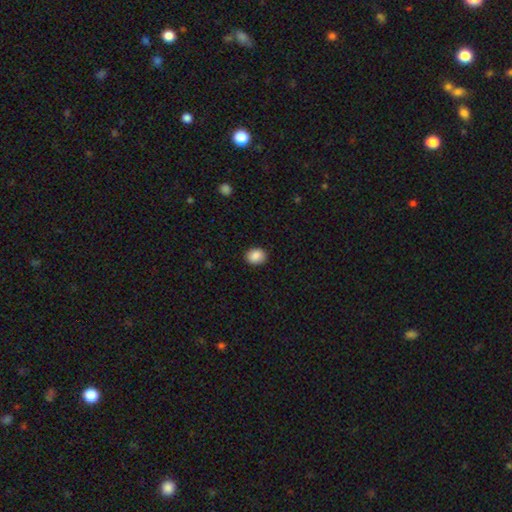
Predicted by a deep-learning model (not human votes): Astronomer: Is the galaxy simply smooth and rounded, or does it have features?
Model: smooth — 89%.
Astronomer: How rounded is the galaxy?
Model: in between — 50% (runner-up: round, 49%).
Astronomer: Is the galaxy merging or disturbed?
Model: none — 90%.